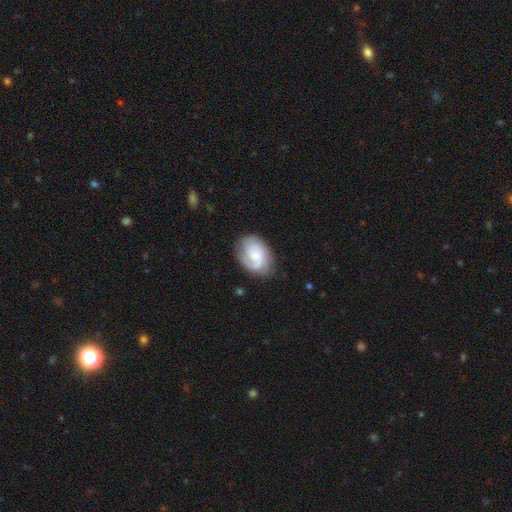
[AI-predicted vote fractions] Smooth or featured?
  - featured or disk: 70% *
  - smooth: 24%
  - star or artifact: 6%
Edge-on disk?
  - no: 97% *
  - yes: 3%
Bar?
  - no: 65% *
  - weak: 31%
  - strong: 4%
Spiral arms?
  - yes: 91% *
  - no: 9%
Spiral winding?
  - tight: 44% *
  - medium: 39%
  - loose: 16%
Spiral arm count?
  - 2: 53% *
  - can't tell: 20%
  - 1: 14%
  - 3: 8%
  - 4: 2%
  - more than 4: 2%
Bulge size?
  - small: 61% *
  - moderate: 33%
  - none: 3%
  - large: 2%
  - dominant: 1%
Merging?
  - none: 73% *
  - minor disturbance: 19%
  - major disturbance: 7%
  - merger: 1%